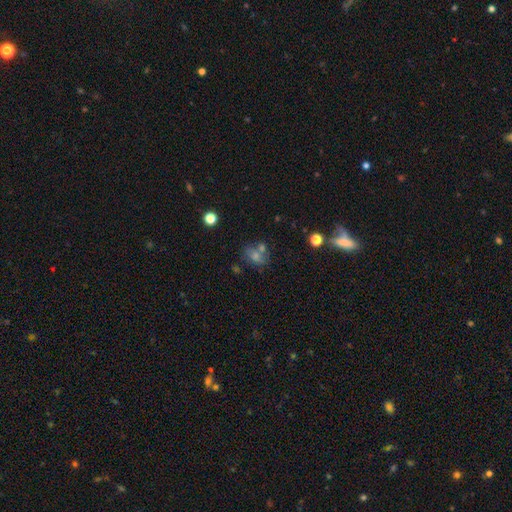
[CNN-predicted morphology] The model was most divided on "how rounded": round: 56%, in between: 42%, cigar-shaped: 2%. More confident: merging — none (54%); smooth or featured — smooth (53%).